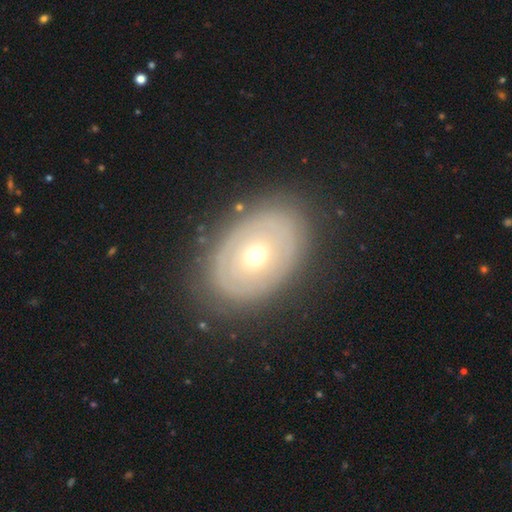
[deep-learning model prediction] The model was most divided on "bulge size": small: 49%, moderate: 47%, large: 2%, dominant: 1%, none: 1%. More confident: edge-on disk — no (92%); bar — no (90%); merging — none (83%); spiral arms — no (78%); smooth or featured — featured or disk (55%).